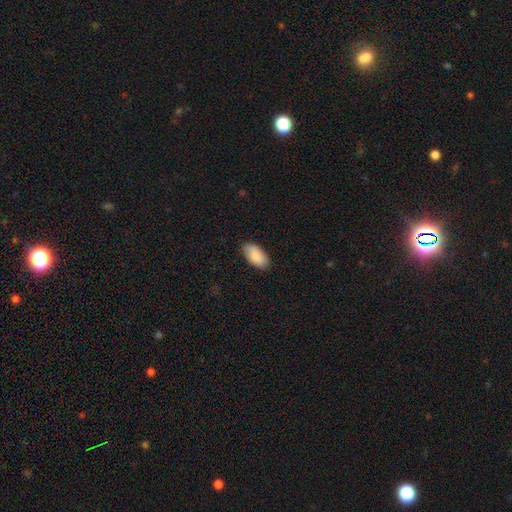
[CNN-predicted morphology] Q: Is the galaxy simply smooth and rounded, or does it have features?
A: smooth — 89%.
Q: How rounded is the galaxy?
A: in between — 95%.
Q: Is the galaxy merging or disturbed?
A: none — 86%.